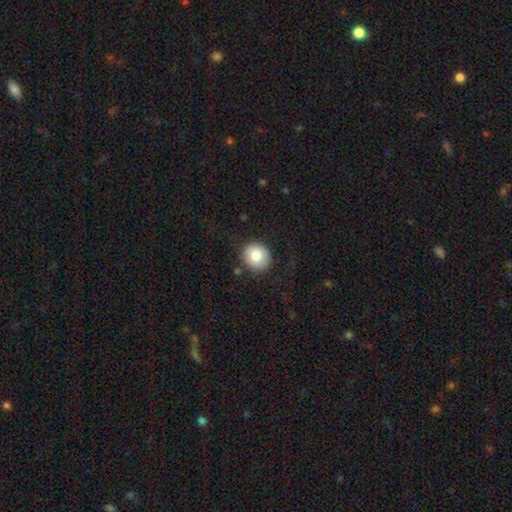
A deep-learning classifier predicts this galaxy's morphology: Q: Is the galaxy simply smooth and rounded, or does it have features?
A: smooth — 77%.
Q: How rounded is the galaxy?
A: round — 82%.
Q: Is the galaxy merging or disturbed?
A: none — 85%.